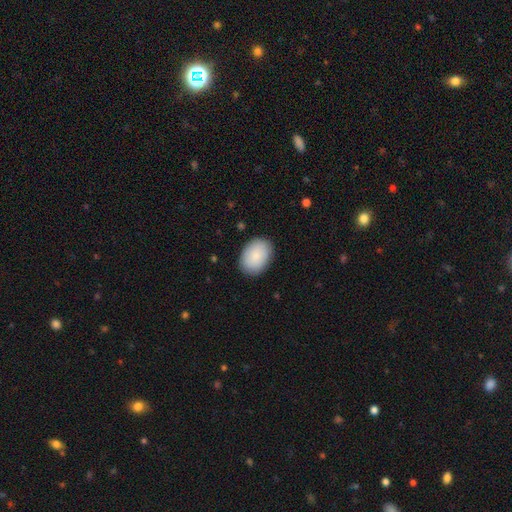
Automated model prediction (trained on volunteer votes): Q: Smooth or featured?
A: smooth (87%); runner-up: featured or disk (7%)
Q: How rounded?
A: in between (78%); runner-up: round (21%)
Q: Merging?
A: none (87%); runner-up: minor disturbance (10%)